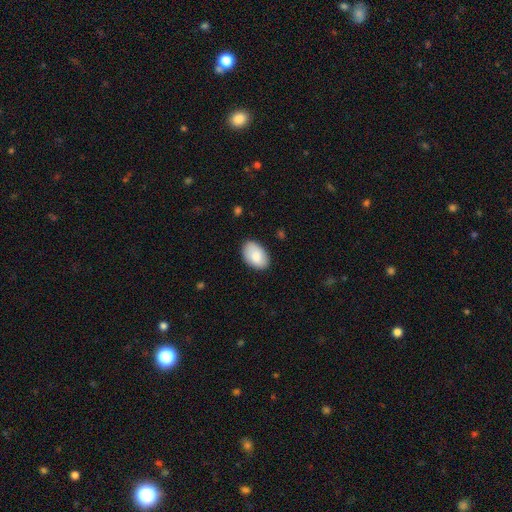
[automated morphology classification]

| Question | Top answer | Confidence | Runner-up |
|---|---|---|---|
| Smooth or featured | smooth | 84% | featured or disk (10%) |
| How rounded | in between | 91% | round (8%) |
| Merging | none | 84% | minor disturbance (13%) |